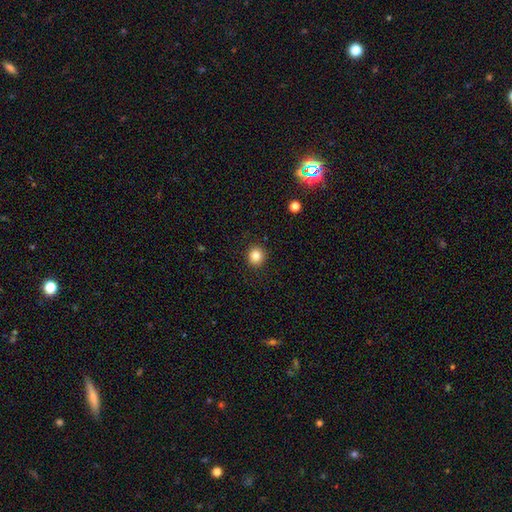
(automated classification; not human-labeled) Smooth or featured: smooth — 84% (star or artifact — 11%)
How rounded: round — 86% (in between — 13%)
Merging: none — 91% (minor disturbance — 6%)